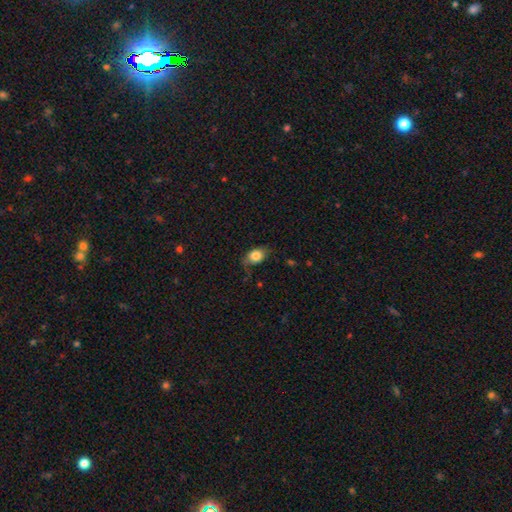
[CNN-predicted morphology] This appears to be a smooth galaxy with no disk features (81%) that is in between round and cigar-shaped (67%). Merging: none (61%).